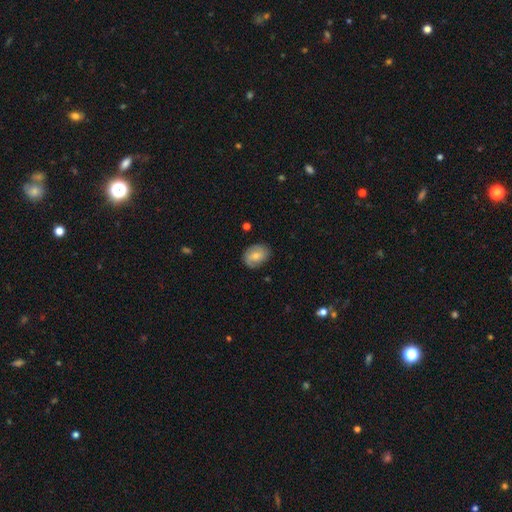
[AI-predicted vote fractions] This appears to be a smooth galaxy with no disk features (63%) that is in between round and cigar-shaped (63%). Merging: none (77%).